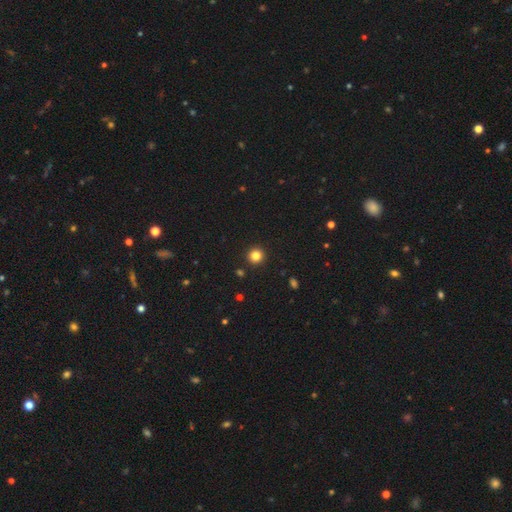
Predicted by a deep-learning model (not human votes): smooth-or-featured: smooth: 82% | star or artifact: 13% | featured or disk: 5%
  how-rounded: round: 95% | in between: 4% | cigar-shaped: 1%
  merging: none: 93% | minor disturbance: 4% | major disturbance: 2% | merger: 1%